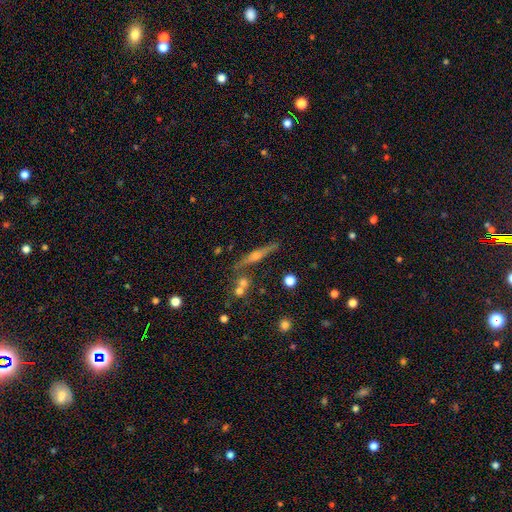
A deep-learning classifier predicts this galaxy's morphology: smooth-or-featured: featured or disk: 73% | smooth: 17% | star or artifact: 9%
  disk-edge-on: yes: 96% | no: 4%
    edge-on-bulge: rounded: 86% | boxy: 7% | none: 6%
  merging: none: 77% | minor disturbance: 11% | merger: 9% | major disturbance: 3%